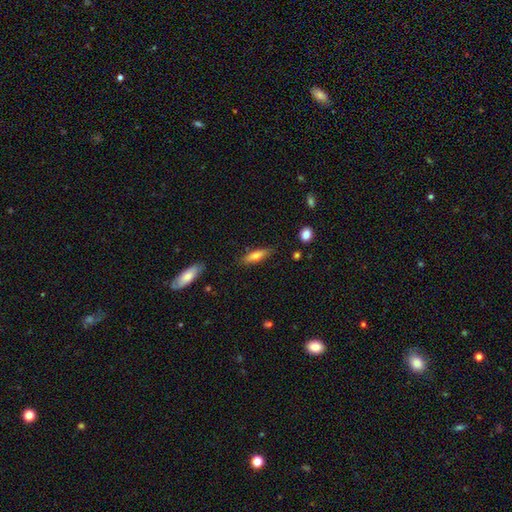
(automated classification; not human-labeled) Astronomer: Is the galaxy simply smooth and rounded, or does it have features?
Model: smooth — 67%.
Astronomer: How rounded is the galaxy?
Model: cigar-shaped — 60% (runner-up: in between, 38%).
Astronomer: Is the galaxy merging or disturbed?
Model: none — 82%.